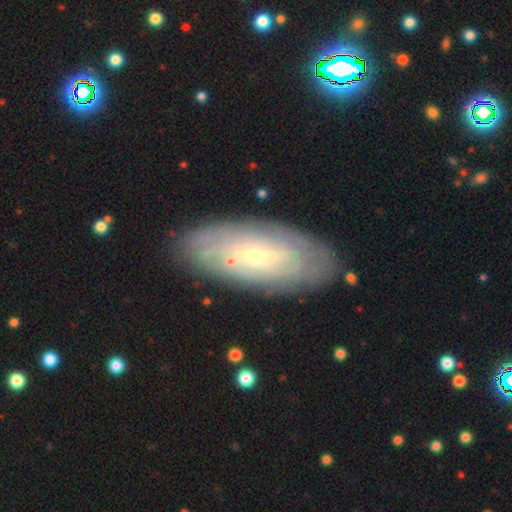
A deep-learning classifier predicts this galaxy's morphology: featured or disk 71%, smooth 22%, star or artifact 7%. Down the decision tree: edge-on disk — no (89%); bar — no (66%); spiral arms — yes (80%); spiral arm count — can't tell (61%); spiral winding — tight (72%); bulge size — small (79%); merging — none (82%).